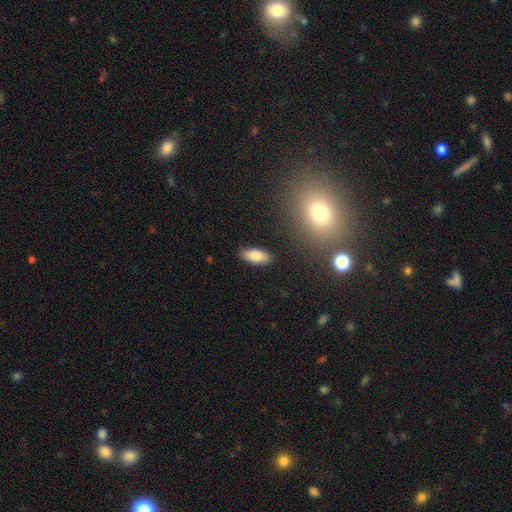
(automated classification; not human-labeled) The model was most divided on "smooth or featured": smooth: 84%, featured or disk: 9%, star or artifact: 7%. More confident: how rounded — in between (87%); merging — none (86%).